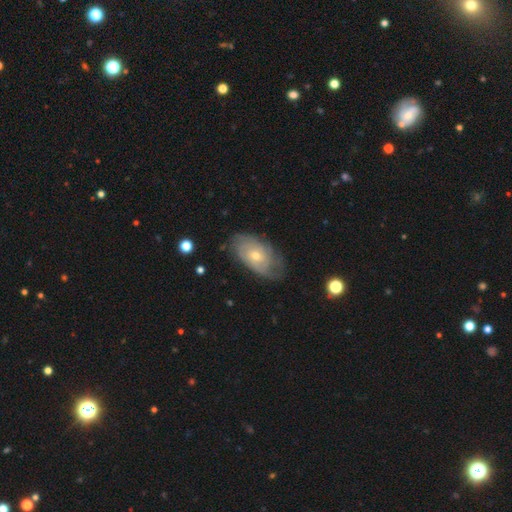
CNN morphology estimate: A featured or disk galaxy (67%) with no bar (76%), tight (64%) spiral arms (83%) and a small central bulge (54%). Merging: none (66%).